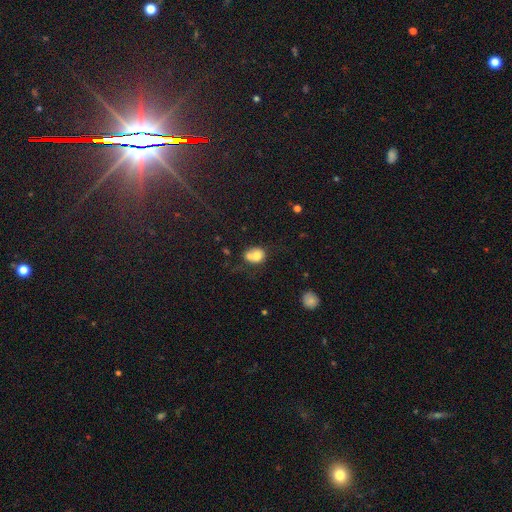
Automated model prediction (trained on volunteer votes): smooth 71%, featured or disk 18%, star or artifact 11%. Down the decision tree: how rounded — round (63%); merging — merger (53%).